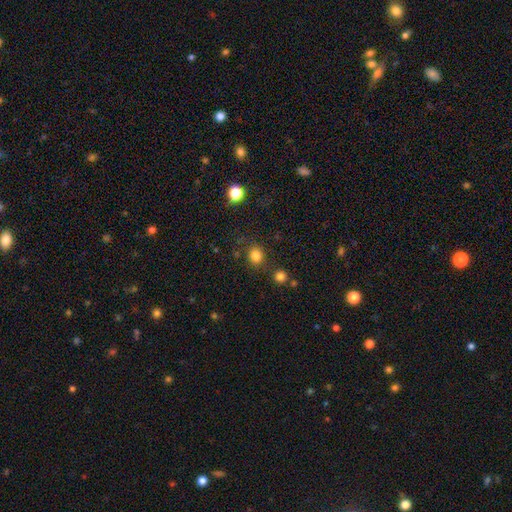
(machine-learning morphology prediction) Smooth or featured: smooth — 81% (star or artifact — 14%)
How rounded: round — 84% (in between — 15%)
Merging: none — 80% (minor disturbance — 10%)